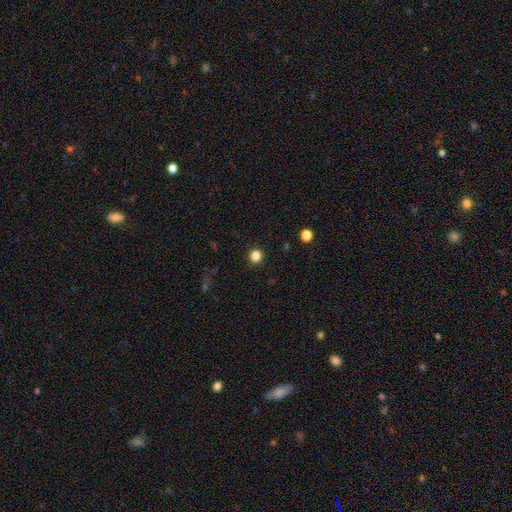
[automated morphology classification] A smooth galaxy with no disk features (84%) that is round (91%).

Vote fractions:
- Smooth or featured? smooth: 84% / star or artifact: 13% / featured or disk: 3%
- How rounded? round: 91% / in between: 8% / cigar-shaped: 1%
- Merging? none: 92% / minor disturbance: 5% / major disturbance: 2% / merger: 1%